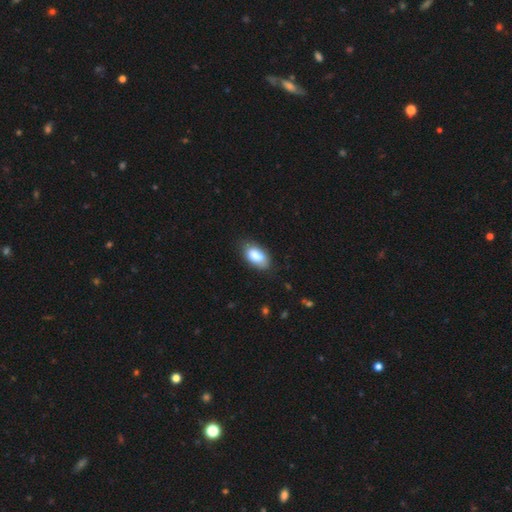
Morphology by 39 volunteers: type=smooth (87%); roundness=in between (94%); merging=none (71%).